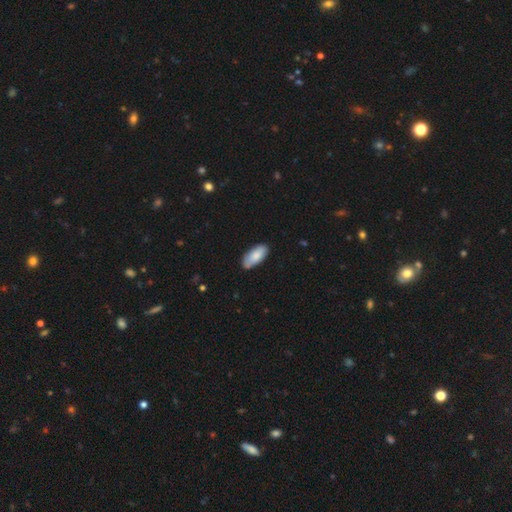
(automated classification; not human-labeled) smooth-or-featured: smooth: 83% | featured or disk: 12% | star or artifact: 6%
  how-rounded: in between: 89% | cigar-shaped: 10% | round: 2%
  merging: none: 81% | minor disturbance: 16% | major disturbance: 2% | merger: 1%